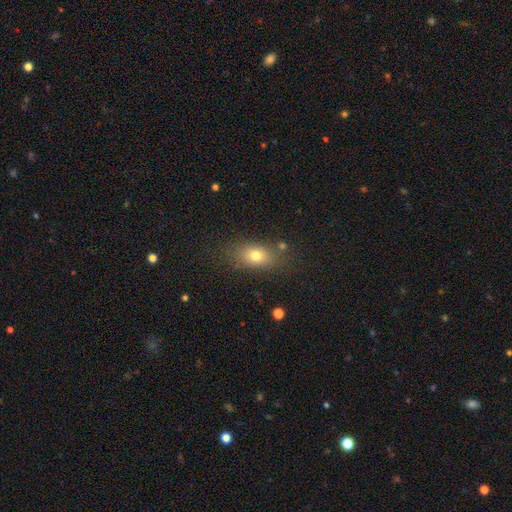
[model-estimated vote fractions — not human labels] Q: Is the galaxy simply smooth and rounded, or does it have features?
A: smooth — 75%.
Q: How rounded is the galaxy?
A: in between — 77%.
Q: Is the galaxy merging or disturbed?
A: none — 76%.